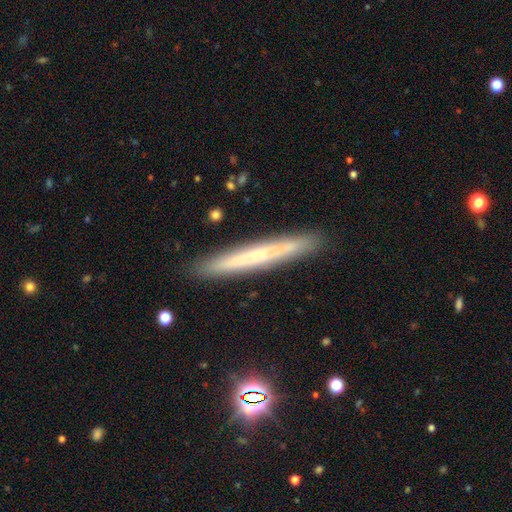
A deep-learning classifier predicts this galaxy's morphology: This is possibly a smooth galaxy (48%). Merging: clearly none (90%).